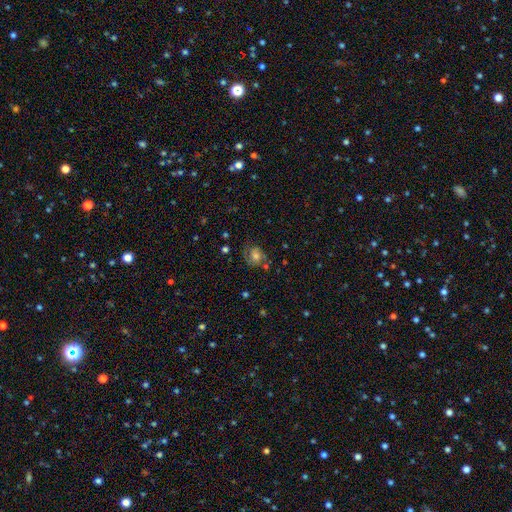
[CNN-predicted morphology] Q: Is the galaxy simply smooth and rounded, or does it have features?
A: featured or disk — 47%.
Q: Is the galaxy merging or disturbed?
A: none — 56%.